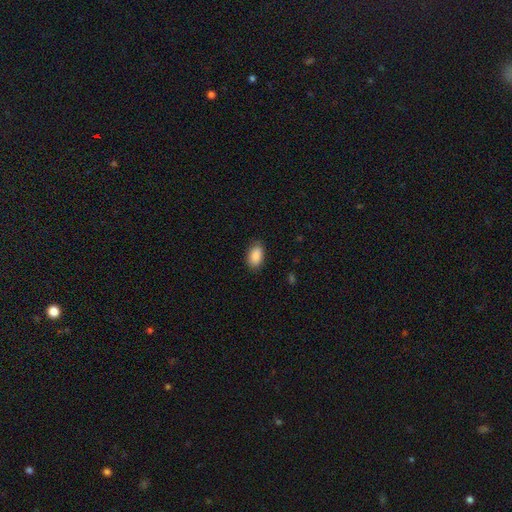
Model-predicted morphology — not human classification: smooth_or_featured: smooth (p=0.90) [alt: star or artifact p=0.07]
how_rounded: in between (p=0.93) [alt: round p=0.05]
merging: none (p=0.85) [alt: minor disturbance p=0.11]